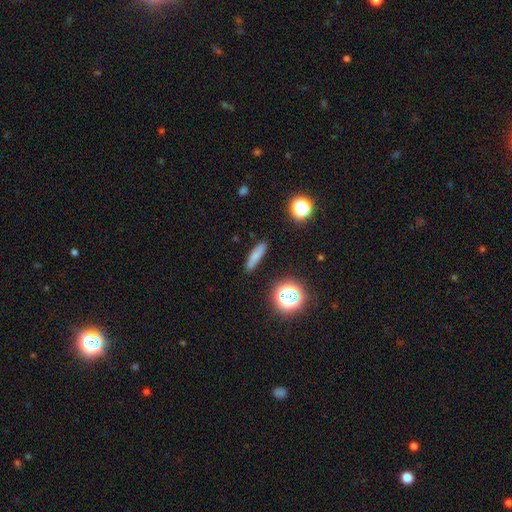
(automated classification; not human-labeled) Smooth or featured? Predicted: smooth (p=0.73). How rounded? Predicted: cigar-shaped (p=0.74). Merging? Predicted: none (p=0.85).